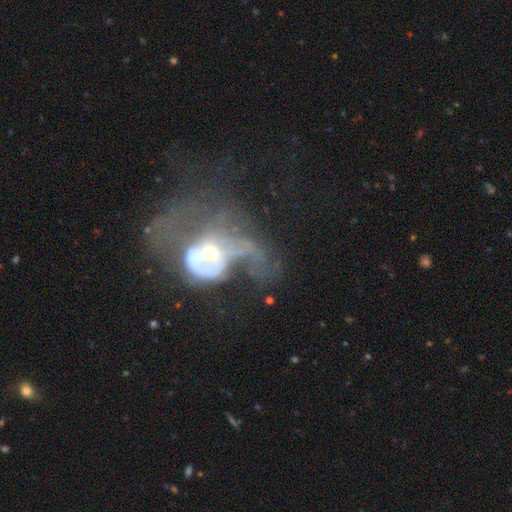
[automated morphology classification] This appears to be a featured or disk galaxy (67%) with no bar (75%), no spiral arms (56%) and a moderate central bulge (55%). Merging: major disturbance (49%).